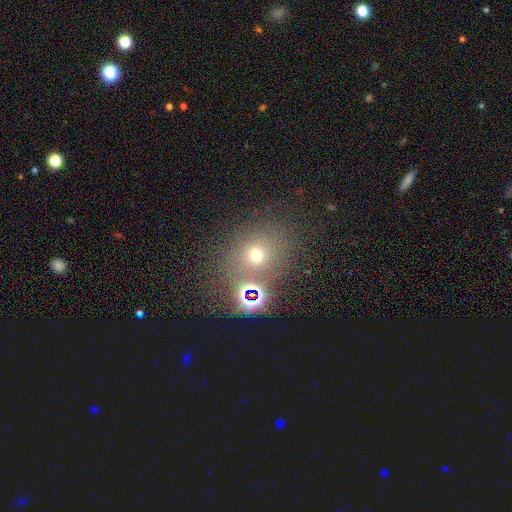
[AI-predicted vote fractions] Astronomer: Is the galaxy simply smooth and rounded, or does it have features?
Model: smooth — 54% (runner-up: star or artifact, 33%).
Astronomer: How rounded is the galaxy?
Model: round — 73%.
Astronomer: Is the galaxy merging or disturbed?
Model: none — 70%.